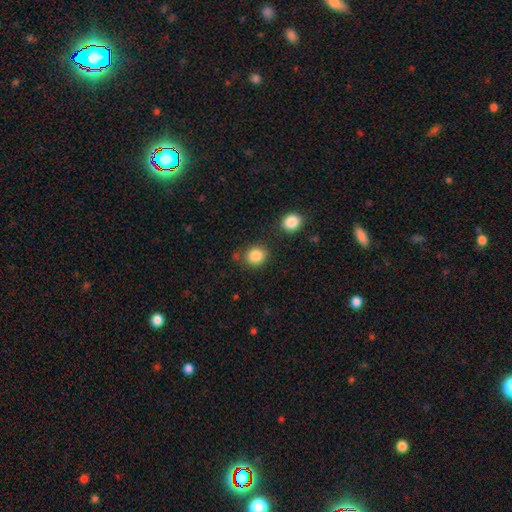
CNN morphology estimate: type=smooth (86%); roundness=round (75%); merging=none (78%).